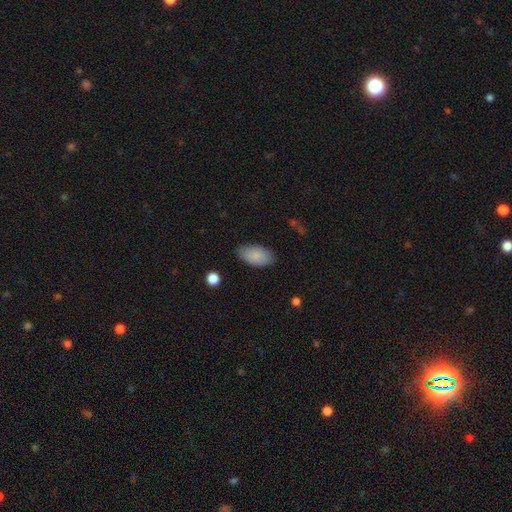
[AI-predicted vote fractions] Morphology: type=smooth (88%); roundness=in between (94%); merging=none (84%).